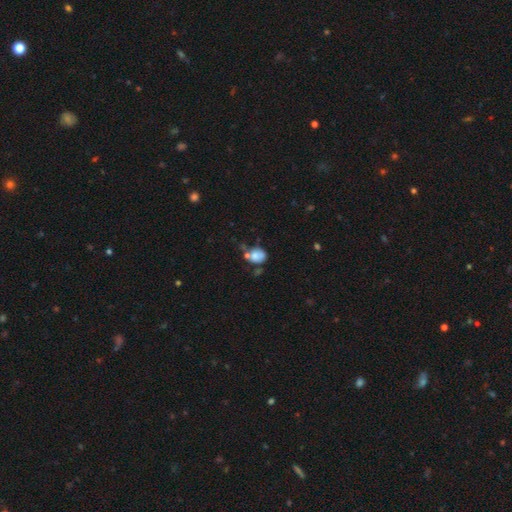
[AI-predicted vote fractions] smooth_or_featured: smooth (p=0.73) [alt: featured or disk p=0.16]
how_rounded: round (p=0.57) [alt: in between p=0.42]
merging: none (p=0.40) [alt: merger p=0.26]